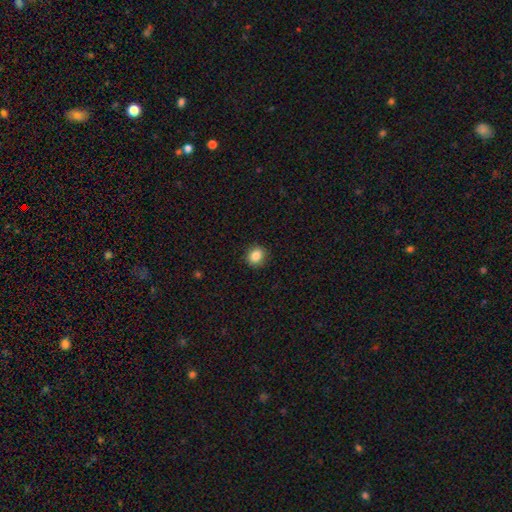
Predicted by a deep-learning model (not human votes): smooth-or-featured: smooth: 86% | star or artifact: 9% | featured or disk: 4%
  how-rounded: round: 69% | in between: 30% | cigar-shaped: 1%
  merging: none: 90% | minor disturbance: 7% | major disturbance: 2% | merger: 1%